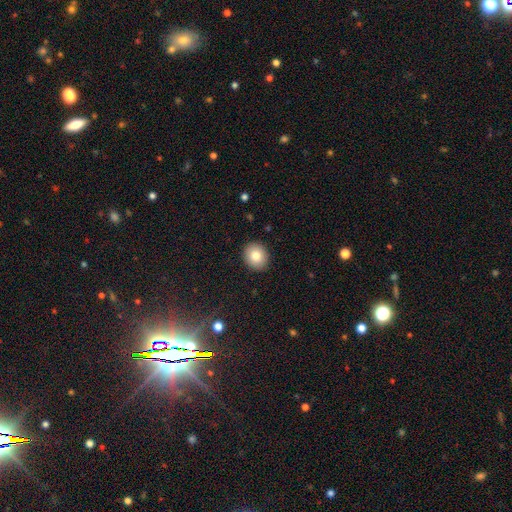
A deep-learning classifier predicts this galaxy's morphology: smooth_or_featured: smooth (p=0.82) [alt: featured or disk p=0.09]
how_rounded: round (p=0.69) [alt: in between p=0.30]
merging: none (p=0.91) [alt: minor disturbance p=0.07]